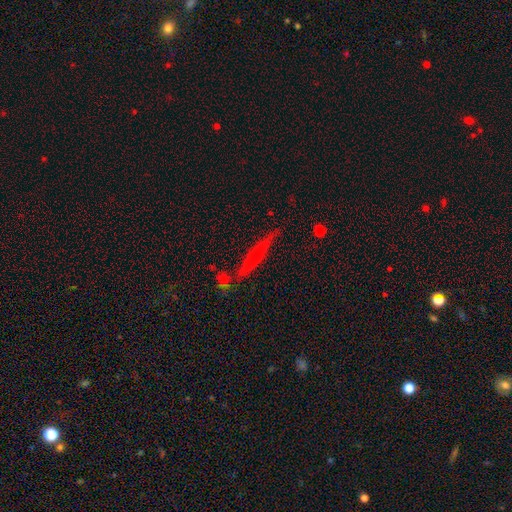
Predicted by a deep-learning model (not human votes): A featured or disk galaxy (52%) viewed edge-on (95%).

Vote fractions:
- Smooth or featured? featured or disk: 52% / smooth: 40% / star or artifact: 8%
- Edge-on disk? yes: 95% / no: 5%
- Merging? none: 79% / minor disturbance: 13% / merger: 5% / major disturbance: 3%